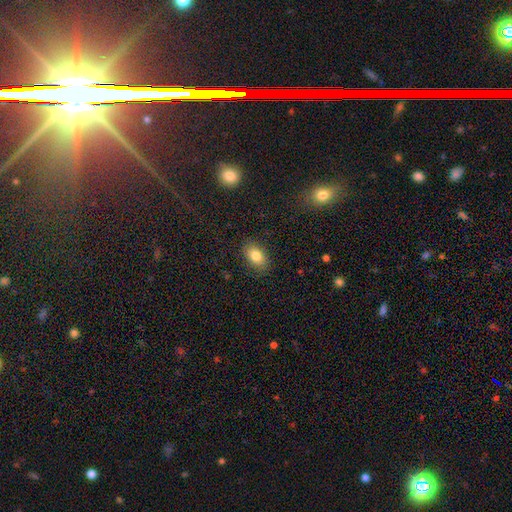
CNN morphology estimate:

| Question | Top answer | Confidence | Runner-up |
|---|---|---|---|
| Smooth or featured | smooth | 82% | featured or disk (10%) |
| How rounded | in between | 89% | round (10%) |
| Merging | none | 85% | minor disturbance (11%) |